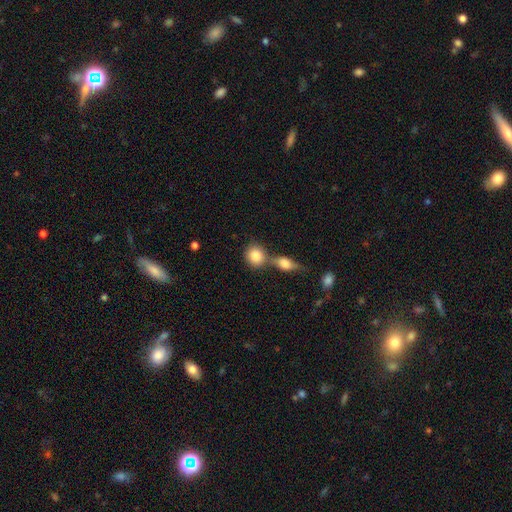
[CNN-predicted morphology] smooth-or-featured: smooth: 84% | featured or disk: 8% | star or artifact: 7%
  how-rounded: round: 76% | in between: 22% | cigar-shaped: 2%
  merging: none: 45% | merger: 43% | minor disturbance: 9% | major disturbance: 4%